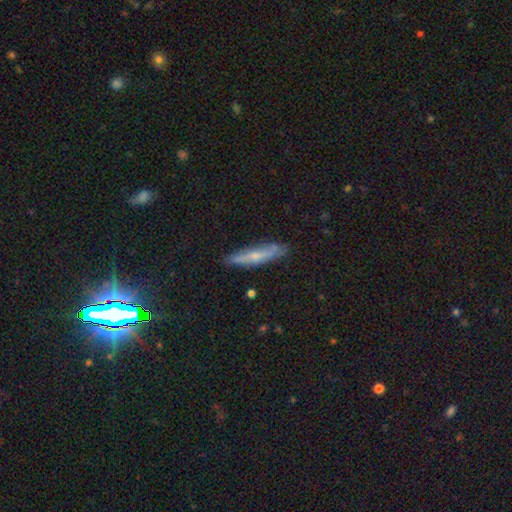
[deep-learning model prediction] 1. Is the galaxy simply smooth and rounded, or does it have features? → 48% smooth, 44% featured or disk, 8% star or artifact.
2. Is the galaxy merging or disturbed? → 81% none, 14% minor disturbance, 3% major disturbance, 2% merger.